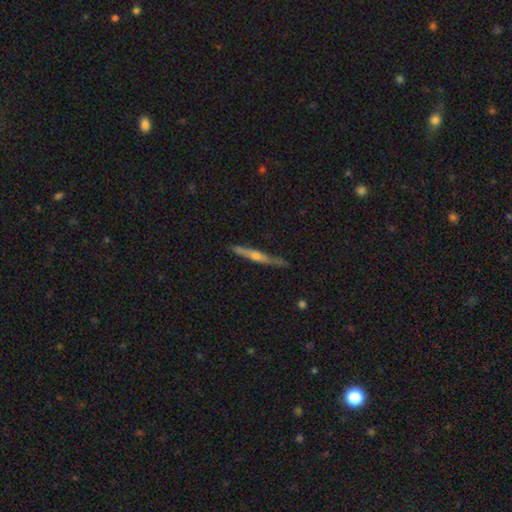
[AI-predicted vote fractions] This is likely a featured or disk galaxy (68%). It is clearly viewed edge-on (97%). Edge-on bulge: likely rounded (75%). Merging: clearly none (84%).